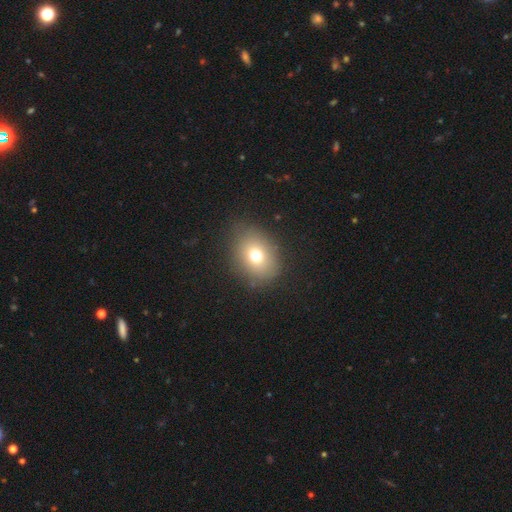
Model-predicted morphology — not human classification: smooth 72%, featured or disk 14%, star or artifact 14%. Down the decision tree: how rounded — in between (56%); merging — none (82%).